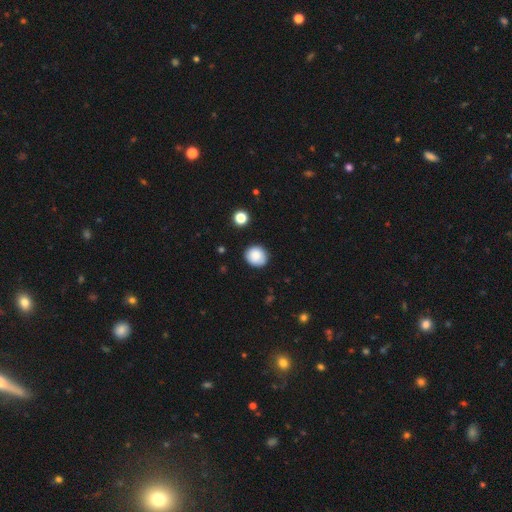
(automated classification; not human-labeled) A smooth galaxy with no disk features (86%) that is round (83%). Merging: none (85%).